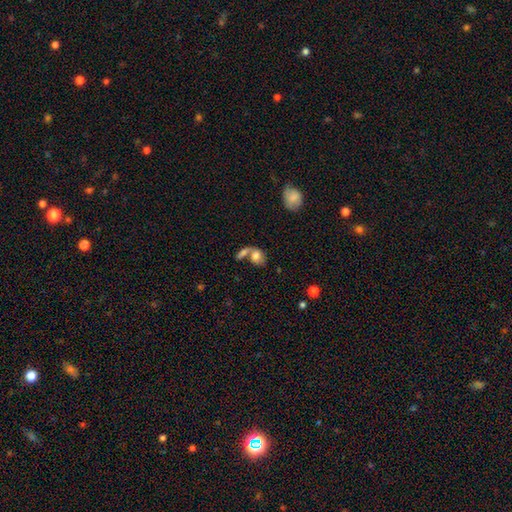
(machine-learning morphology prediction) The model was most divided on "merging": merger: 52%, none: 27%, minor disturbance: 11%, major disturbance: 10%. More confident: smooth or featured — smooth (68%); how rounded — in between (66%).